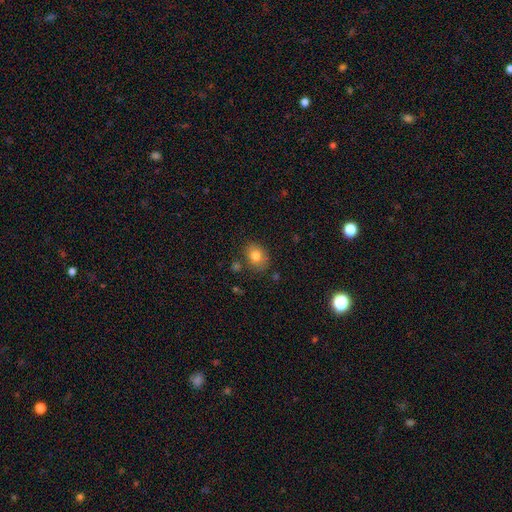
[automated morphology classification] This appears to be a smooth galaxy with no disk features (80%) that is in between round and cigar-shaped (60%). Merging: none (75%).